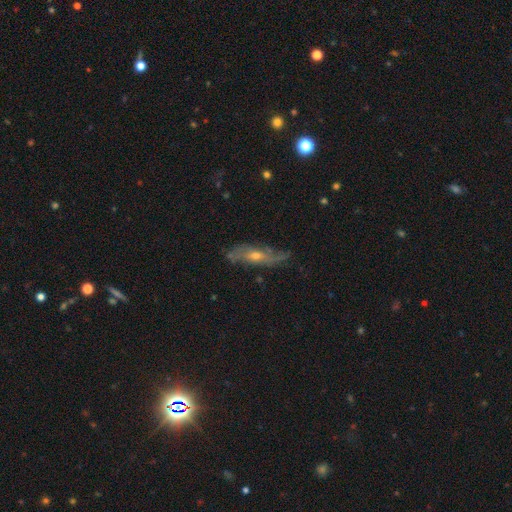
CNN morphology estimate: smooth-or-featured: featured or disk: 66% | smooth: 24% | star or artifact: 11%
  disk-edge-on: no: 58% | yes: 42%
  merging: none: 70% | minor disturbance: 21% | major disturbance: 7% | merger: 2%